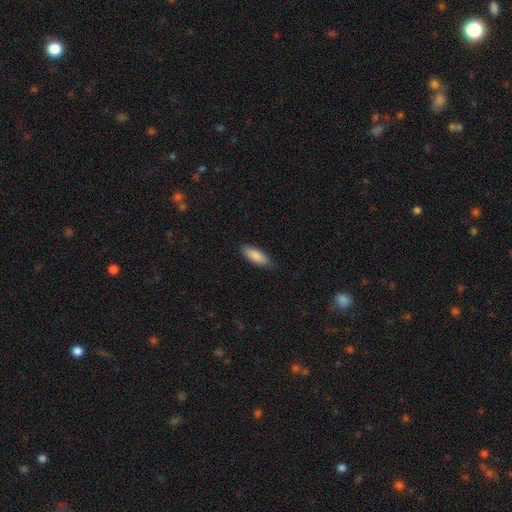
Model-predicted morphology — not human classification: smooth 87%, featured or disk 7%, star or artifact 6%. Down the decision tree: how rounded — in between (72%); merging — none (81%).